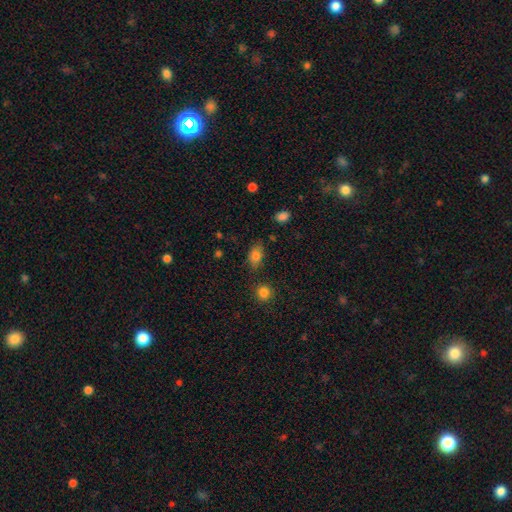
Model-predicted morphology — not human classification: Overall: smooth (81%). How rounded: in between (83%). Merging: none (74%).